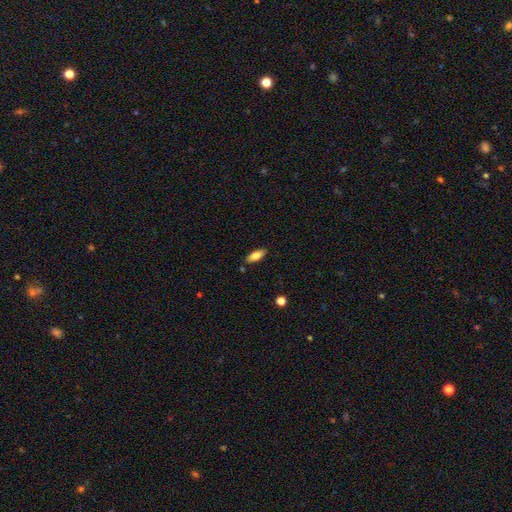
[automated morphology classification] smooth-or-featured: smooth: 79% | featured or disk: 14% | star or artifact: 7%
  how-rounded: in between: 80% | cigar-shaped: 18% | round: 2%
  merging: none: 85% | minor disturbance: 11% | merger: 2% | major disturbance: 2%